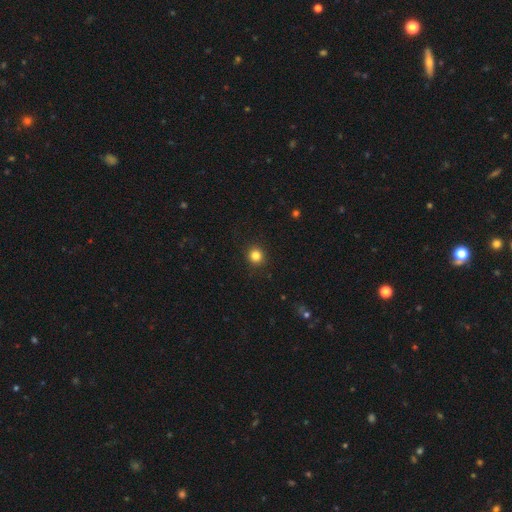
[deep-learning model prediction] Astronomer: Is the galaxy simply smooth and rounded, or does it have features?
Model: smooth — 83%.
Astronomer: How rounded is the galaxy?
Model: round — 93%.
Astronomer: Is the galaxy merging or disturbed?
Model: none — 92%.